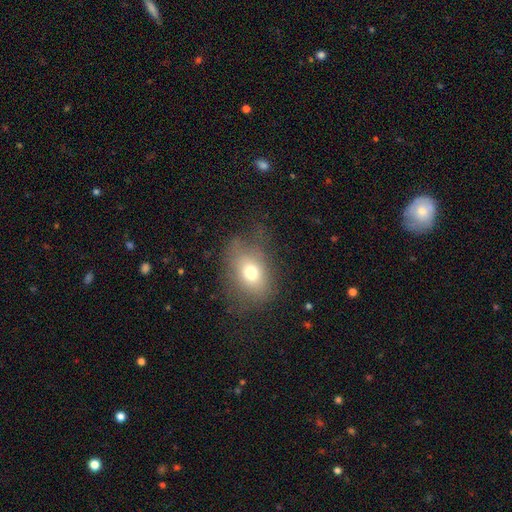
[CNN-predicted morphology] The model was most divided on "how rounded": in between: 63%, round: 35%, cigar-shaped: 2%. More confident: merging — none (63%); smooth or featured — smooth (55%).